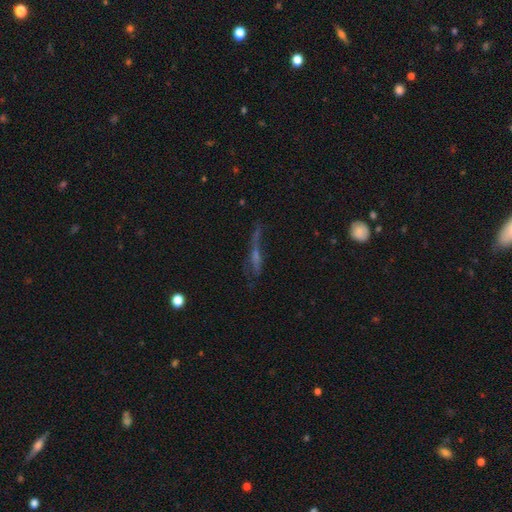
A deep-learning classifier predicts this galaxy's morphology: featured or disk 54%, smooth 26%, star or artifact 19%. Down the decision tree: edge-on disk — yes (62%); merging — none (52%).